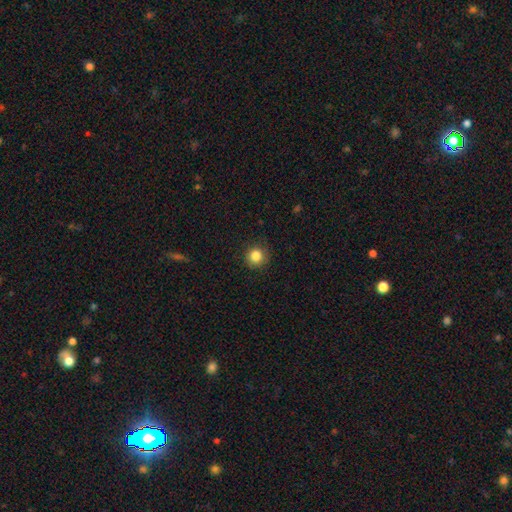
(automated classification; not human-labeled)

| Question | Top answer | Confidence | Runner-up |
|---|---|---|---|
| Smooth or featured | smooth | 84% | star or artifact (11%) |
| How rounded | round | 93% | in between (6%) |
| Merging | none | 86% | minor disturbance (10%) |